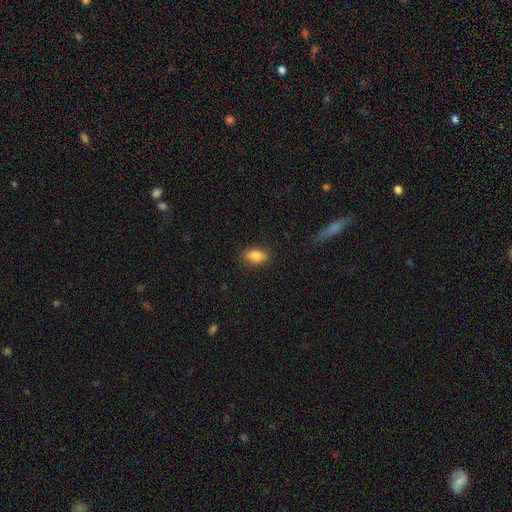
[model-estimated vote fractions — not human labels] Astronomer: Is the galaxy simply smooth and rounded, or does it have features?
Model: smooth — 84%.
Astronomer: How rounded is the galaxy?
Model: in between — 88%.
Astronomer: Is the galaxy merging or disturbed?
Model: none — 87%.